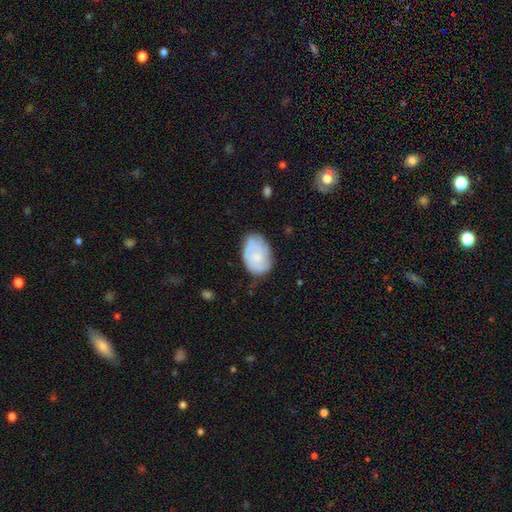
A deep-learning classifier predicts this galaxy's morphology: A smooth galaxy with no disk features (51%) that is in between round and cigar-shaped (83%). Merging: none (65%).